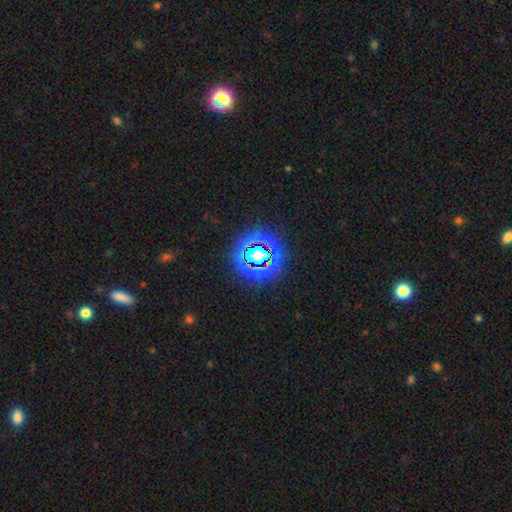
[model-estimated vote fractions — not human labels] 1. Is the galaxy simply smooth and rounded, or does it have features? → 78% star or artifact, 14% smooth, 8% featured or disk.